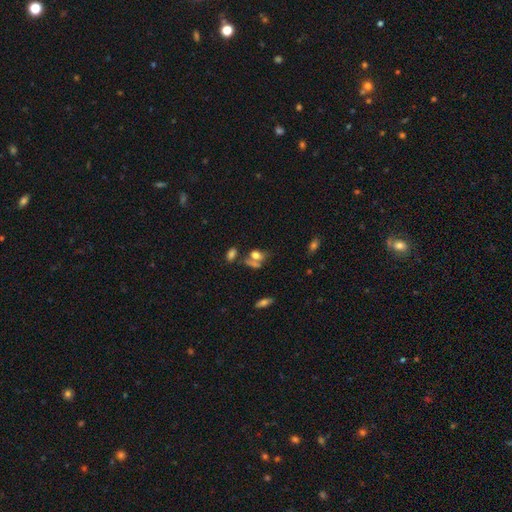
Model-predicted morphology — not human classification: Smooth or featured?
  - smooth: 65% *
  - featured or disk: 19%
  - star or artifact: 17%
How rounded?
  - in between: 71% *
  - round: 24%
  - cigar-shaped: 5%
Merging?
  - none: 40% *
  - merger: 33%
  - minor disturbance: 16%
  - major disturbance: 11%